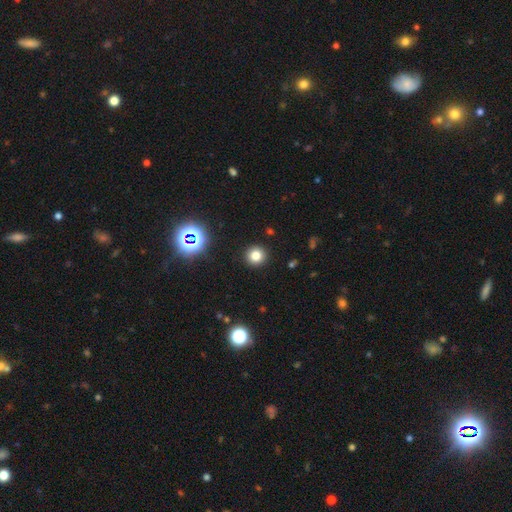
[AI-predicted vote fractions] Q: Smooth or featured?
A: smooth (77%); runner-up: star or artifact (16%)
Q: How rounded?
A: round (93%); runner-up: in between (6%)
Q: Merging?
A: none (92%); runner-up: minor disturbance (5%)